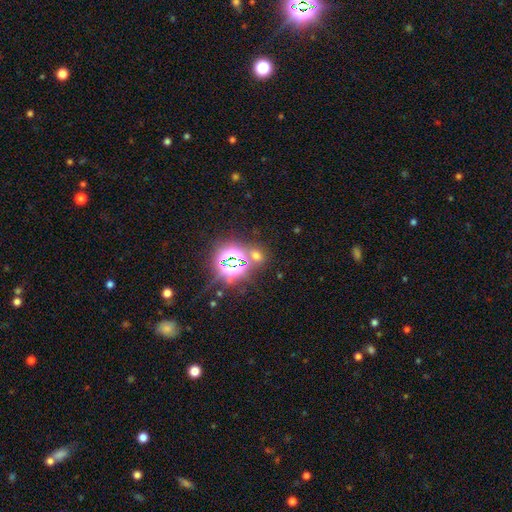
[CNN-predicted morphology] Smooth or featured? Predicted: star or artifact (p=0.55).